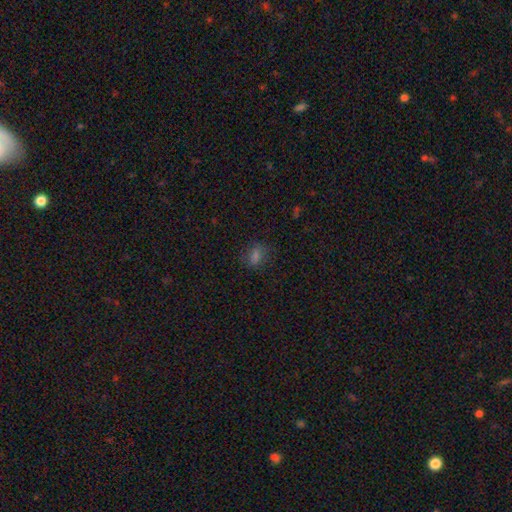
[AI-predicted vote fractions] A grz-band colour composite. It shows a smooth galaxy with no disk features (68%) that is in between round and cigar-shaped (64%). Merging: none (80%).